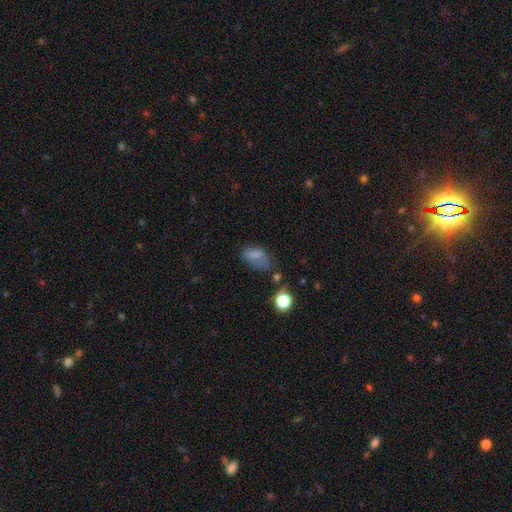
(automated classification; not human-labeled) Smooth or featured?
  - smooth: 71% *
  - star or artifact: 15%
  - featured or disk: 14%
How rounded?
  - in between: 87% *
  - round: 10%
  - cigar-shaped: 3%
Merging?
  - none: 42% *
  - minor disturbance: 30%
  - major disturbance: 20%
  - merger: 8%